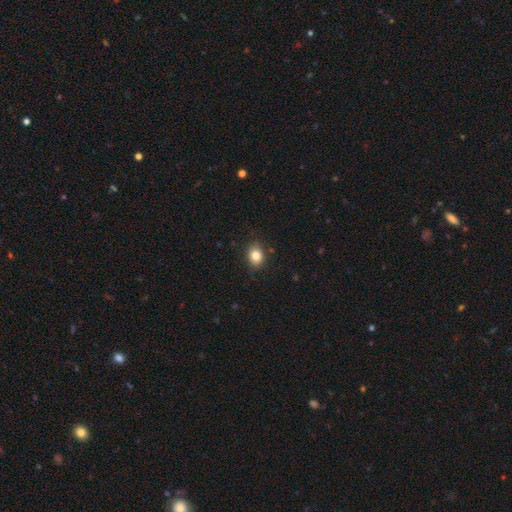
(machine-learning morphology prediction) The model was most divided on "how rounded": round: 51%, in between: 48%, cigar-shaped: 1%. More confident: smooth or featured — smooth (84%); merging — none (84%).